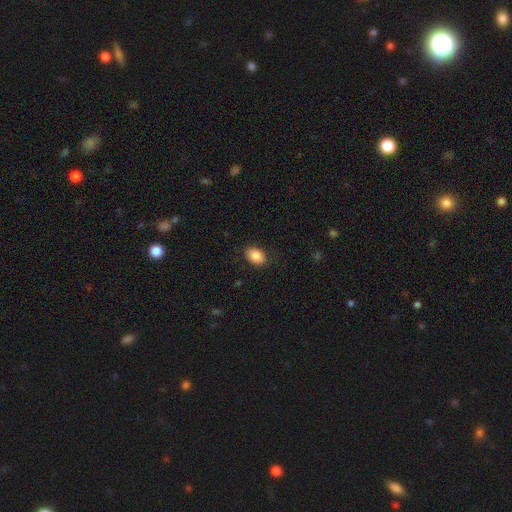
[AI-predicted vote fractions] Smooth or featured?
  - smooth: 87% *
  - star or artifact: 7%
  - featured or disk: 6%
How rounded?
  - in between: 84% *
  - round: 15%
  - cigar-shaped: 1%
Merging?
  - none: 87% *
  - minor disturbance: 10%
  - major disturbance: 3%
  - merger: 1%